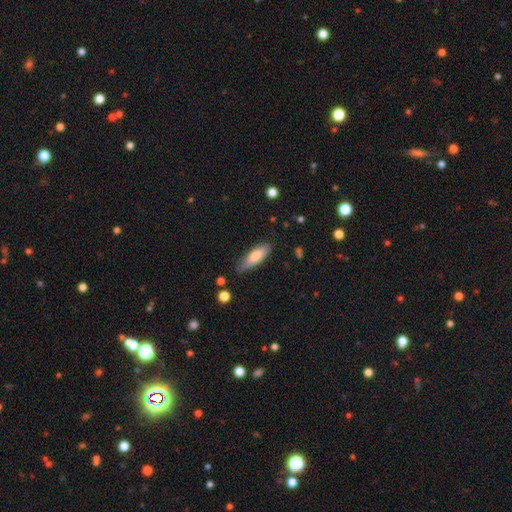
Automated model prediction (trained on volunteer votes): Morphology: type=smooth (76%); roundness=in between (52%); merging=none (76%).